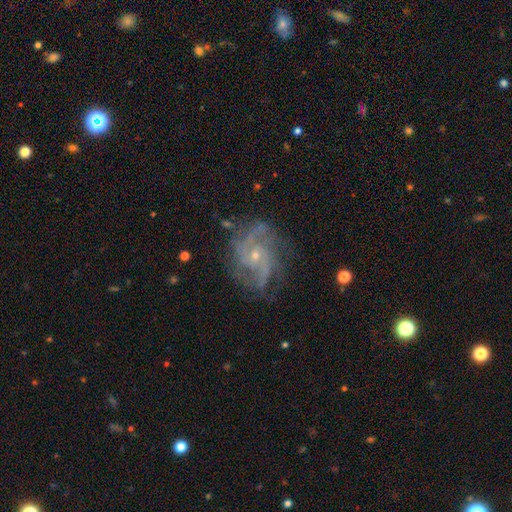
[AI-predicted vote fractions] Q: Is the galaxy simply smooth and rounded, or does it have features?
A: featured or disk — 88%.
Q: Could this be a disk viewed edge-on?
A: no — 98%.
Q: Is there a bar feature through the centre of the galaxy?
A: no — 71%.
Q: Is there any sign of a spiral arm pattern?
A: yes — 97%.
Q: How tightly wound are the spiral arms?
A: medium — 51%.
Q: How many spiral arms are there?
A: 2 — 38%.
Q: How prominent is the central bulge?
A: small — 75%.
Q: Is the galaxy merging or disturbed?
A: none — 72%.